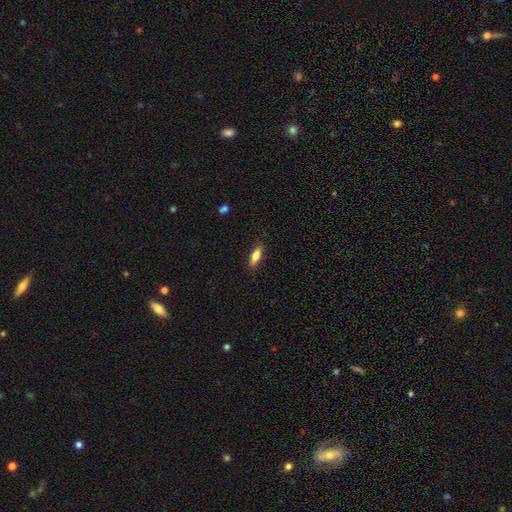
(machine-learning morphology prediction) smooth-or-featured: smooth: 72% | featured or disk: 22% | star or artifact: 7%
  how-rounded: in between: 63% | cigar-shaped: 34% | round: 3%
  merging: none: 85% | minor disturbance: 11% | major disturbance: 2% | merger: 1%